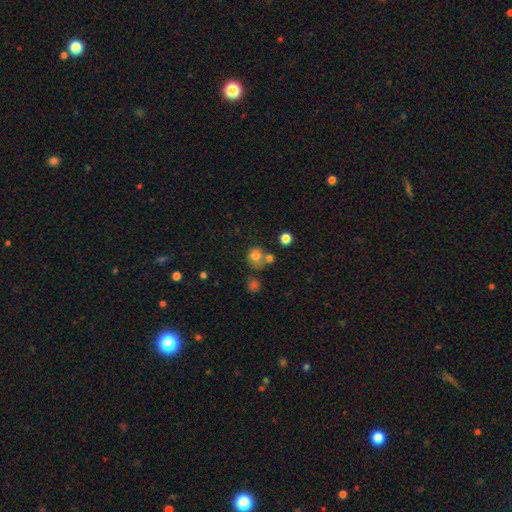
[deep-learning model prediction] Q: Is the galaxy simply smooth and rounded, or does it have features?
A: smooth — 75%.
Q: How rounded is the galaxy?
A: round — 81%.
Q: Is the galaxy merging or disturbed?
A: none — 49%.